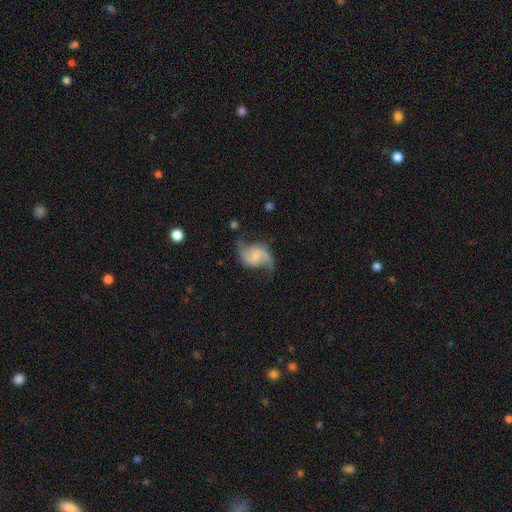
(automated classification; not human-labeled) Morphology: type=featured or disk (83%); edge-on=no (98%); bar=weak (45%); spiral arms=yes (95%); winding=loose (65%); arm count=2 (91%); bulge=small (45%); merging=none (64%).